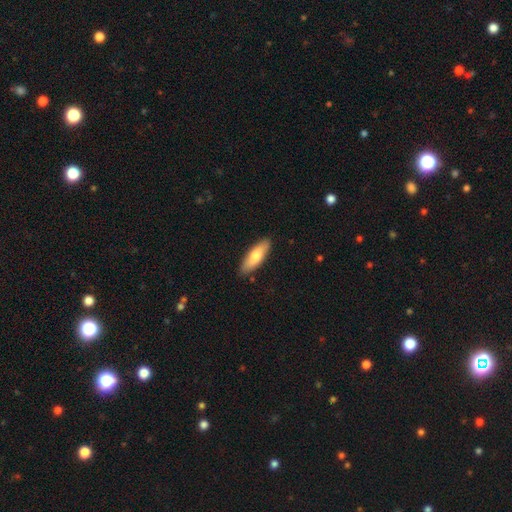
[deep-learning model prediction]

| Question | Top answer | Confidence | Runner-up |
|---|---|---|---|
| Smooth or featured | smooth | 74% | featured or disk (21%) |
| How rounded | in between | 54% | cigar-shaped (44%) |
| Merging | none | 87% | minor disturbance (10%) |